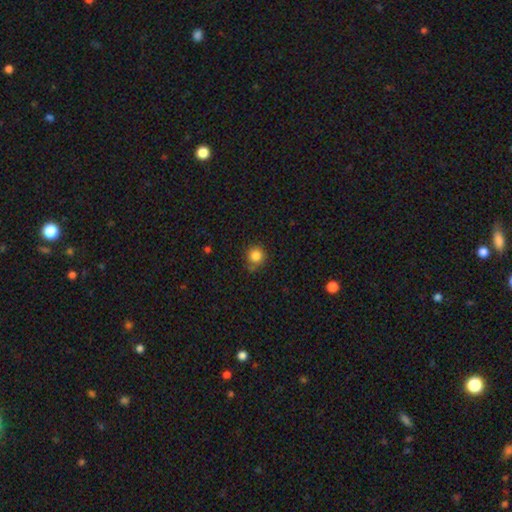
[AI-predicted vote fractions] Smooth or featured: smooth — 84% (star or artifact — 11%)
How rounded: round — 90% (in between — 9%)
Merging: none — 76% (minor disturbance — 17%)